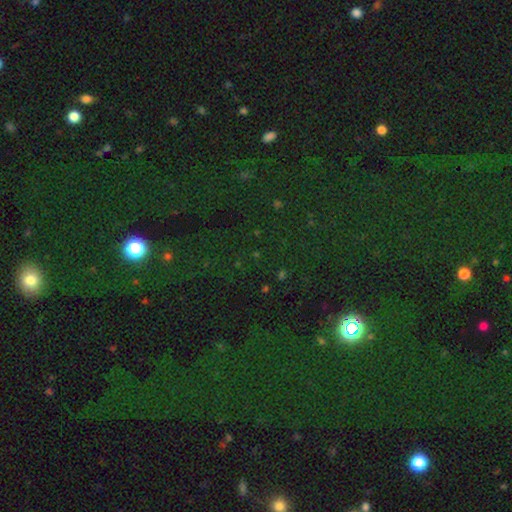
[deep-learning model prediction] This is likely a star or artifact rather than a galaxy (73%).